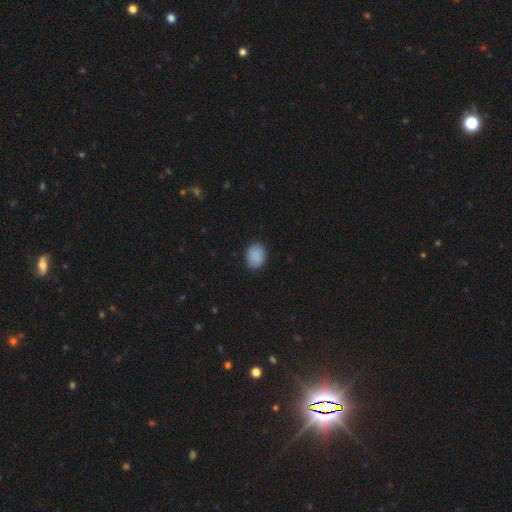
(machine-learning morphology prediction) type=smooth (89%); roundness=in between (56%); merging=none (86%).